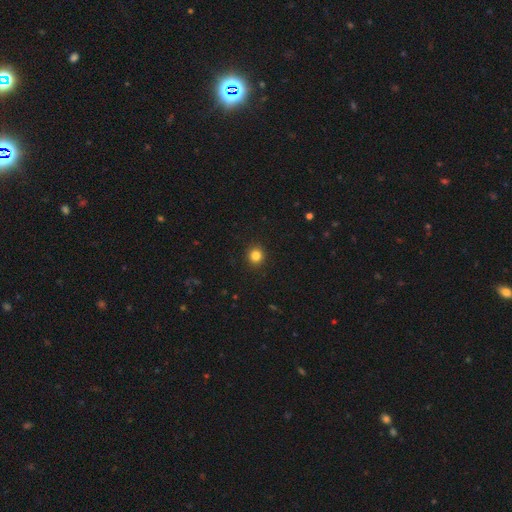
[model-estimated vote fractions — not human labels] The model was most divided on "smooth or featured": smooth: 84%, star or artifact: 12%, featured or disk: 4%. More confident: how rounded — round (93%); merging — none (93%).